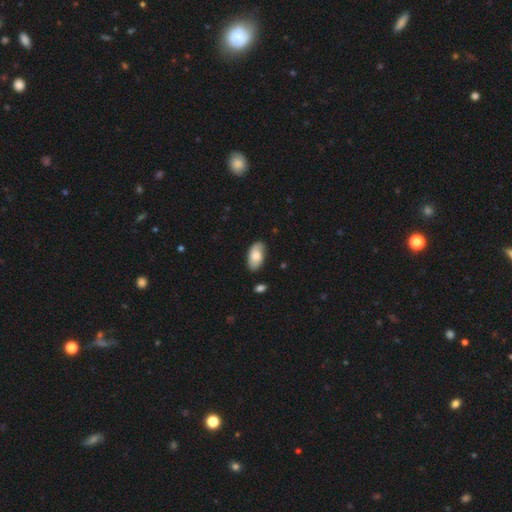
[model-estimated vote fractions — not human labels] smooth_or_featured: smooth (p=0.76) [alt: featured or disk p=0.18]
how_rounded: in between (p=0.95) [alt: round p=0.03]
merging: none (p=0.81) [alt: minor disturbance p=0.15]